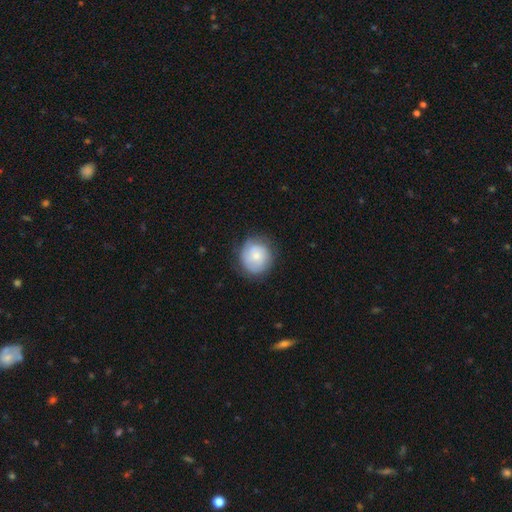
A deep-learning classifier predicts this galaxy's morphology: A smooth galaxy with no disk features (64%) that is round (89%). Merging: none (75%).